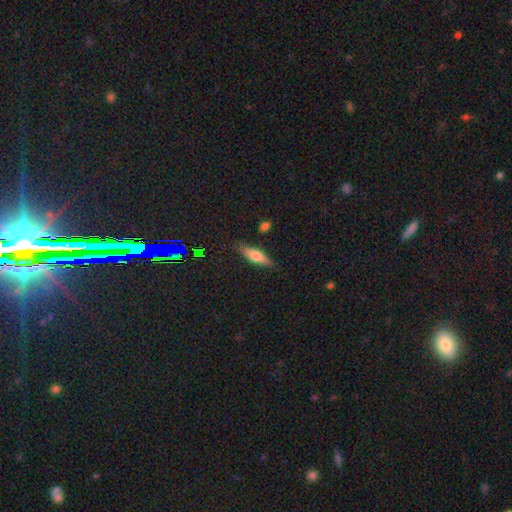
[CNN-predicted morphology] Q: Smooth or featured?
A: smooth (56%); runner-up: featured or disk (35%)
Q: How rounded?
A: cigar-shaped (50%); runner-up: in between (47%)
Q: Merging?
A: none (82%); runner-up: minor disturbance (13%)